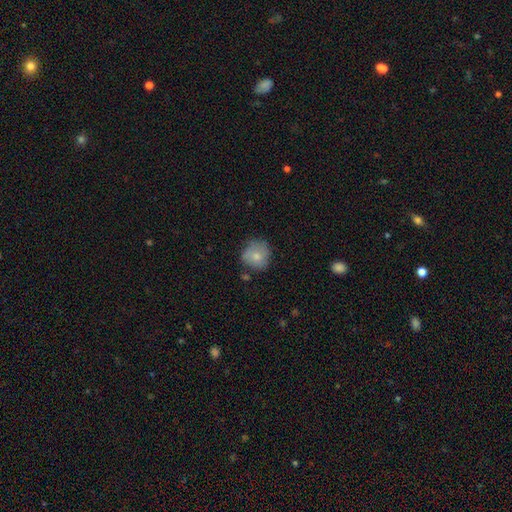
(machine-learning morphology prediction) Smooth or featured?
  - smooth: 74% *
  - featured or disk: 18%
  - star or artifact: 8%
How rounded?
  - round: 84% *
  - in between: 15%
  - cigar-shaped: 1%
Merging?
  - none: 62% *
  - minor disturbance: 26%
  - major disturbance: 8%
  - merger: 4%